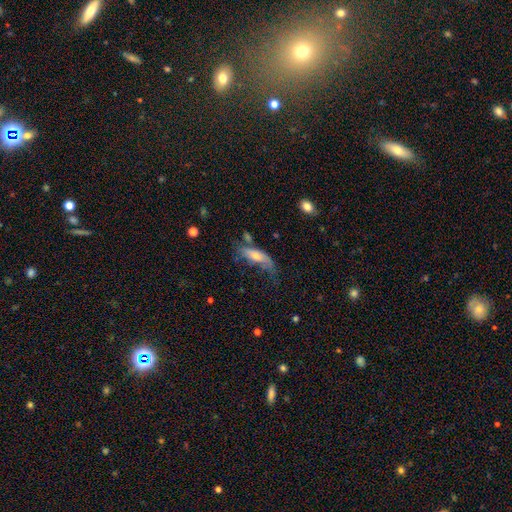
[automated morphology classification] This is possibly a featured or disk galaxy (47%). Merging: marginally none (36%).